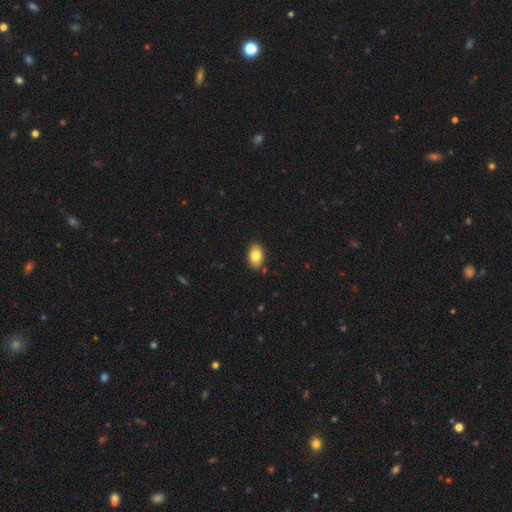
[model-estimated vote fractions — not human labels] Q: Smooth or featured?
A: smooth (83%); runner-up: featured or disk (10%)
Q: How rounded?
A: in between (87%); runner-up: round (12%)
Q: Merging?
A: none (88%); runner-up: minor disturbance (9%)